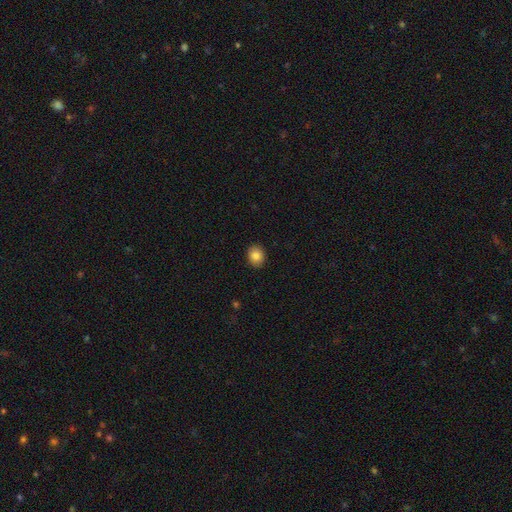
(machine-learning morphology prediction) smooth 85%, star or artifact 9%, featured or disk 6%. Down the decision tree: how rounded — round (63%); merging — none (90%).